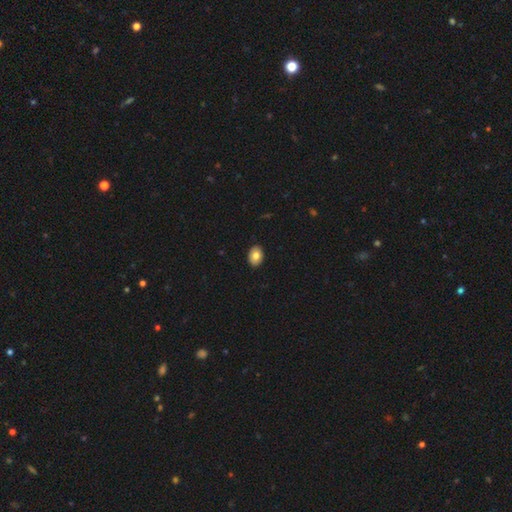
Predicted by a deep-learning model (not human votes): This appears to be a smooth galaxy with no disk features (80%) that is in between round and cigar-shaped (75%). Merging: none (91%).